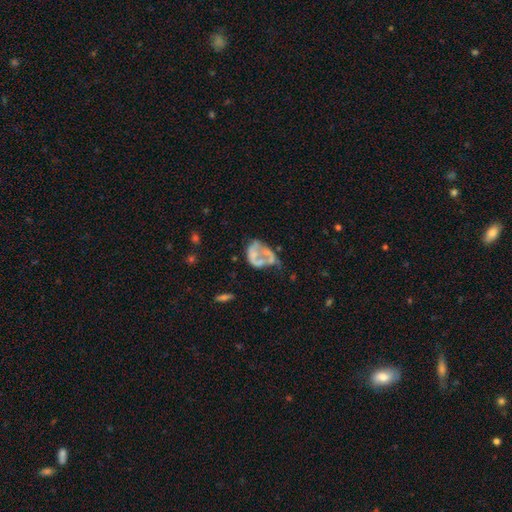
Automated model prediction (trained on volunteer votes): Smooth or featured: featured or disk — 56% (smooth — 33%)
Edge-on disk: no — 98% (yes — 2%)
Bar: no — 90% (weak — 7%)
Spiral arms: no — 87% (yes — 13%)
Bulge size: none — 69% (small — 14%)
Merging: major disturbance — 41% (none — 24%)